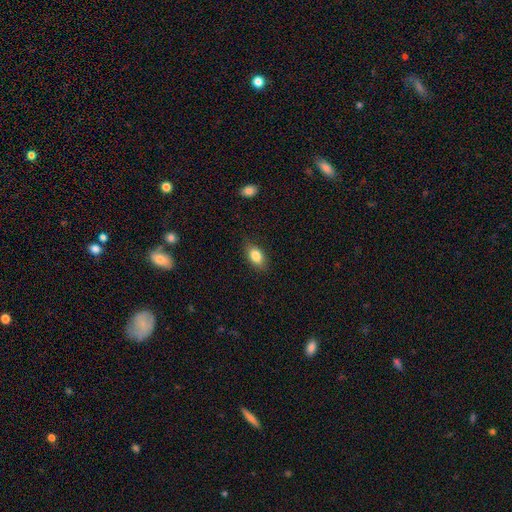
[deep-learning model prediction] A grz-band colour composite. It shows a smooth galaxy with no disk features (83%) that is in between round and cigar-shaped (86%). Merging: none (82%).